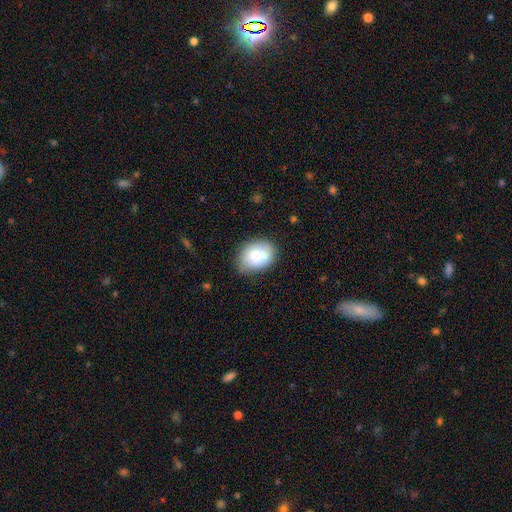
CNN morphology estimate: This is likely a smooth galaxy (77%). How rounded: likely in between (65%). Merging: likely none (65%).